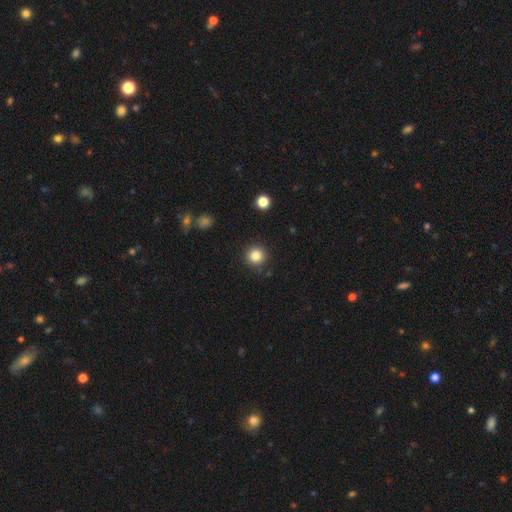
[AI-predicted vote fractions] This is clearly a smooth galaxy (84%). How rounded: clearly round (94%). Merging: clearly none (90%).